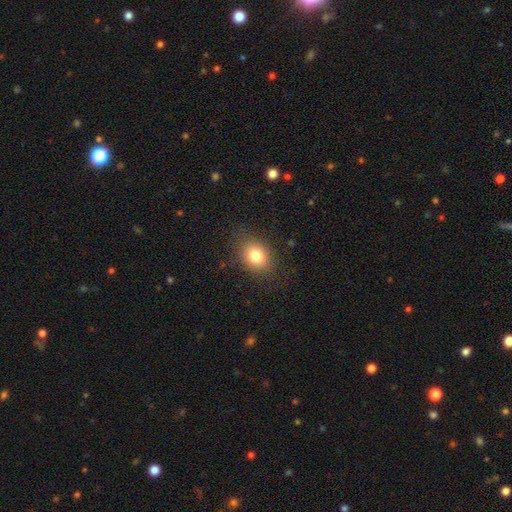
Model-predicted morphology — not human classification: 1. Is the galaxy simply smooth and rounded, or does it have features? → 80% smooth, 10% star or artifact, 10% featured or disk.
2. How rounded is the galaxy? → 50% round, 49% in between, 1% cigar-shaped.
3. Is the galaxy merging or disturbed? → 80% none, 14% minor disturbance, 5% major disturbance, 1% merger.